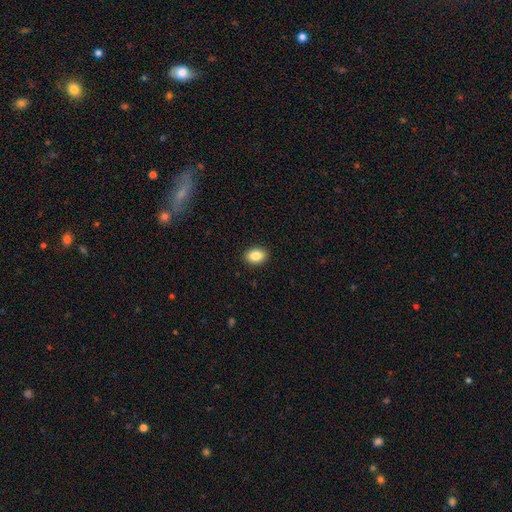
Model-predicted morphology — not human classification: Smooth or featured: smooth — 87% (star or artifact — 8%)
How rounded: in between — 79% (round — 20%)
Merging: none — 91% (minor disturbance — 6%)